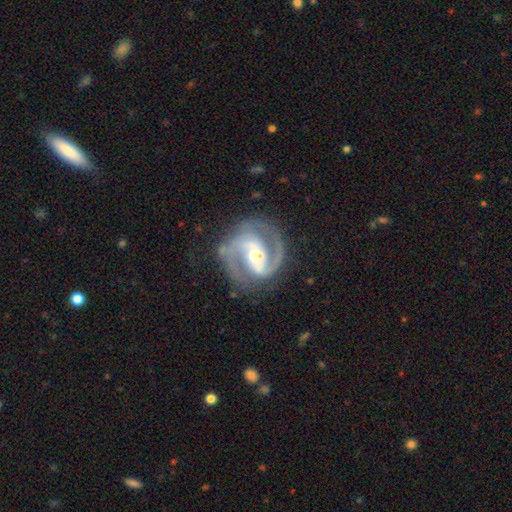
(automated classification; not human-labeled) A featured or disk galaxy (91%) with a weak bar (42%), 2 (88%) medium (55%) spiral arms (98%) and a moderate central bulge (67%).

Vote fractions:
- Smooth or featured? featured or disk: 91% / star or artifact: 4% / smooth: 4%
- Edge-on disk? no: 98% / yes: 2%
- Bar? weak: 42% / strong: 36% / no: 23%
- Spiral arms? yes: 98% / no: 2%
- Spiral winding? medium: 55% / tight: 35% / loose: 10%
- Spiral arm count? 2: 88% / 3: 5% / can't tell: 3% / 1: 2% / 4: 1% / more than 4: 1%
- Bulge size? moderate: 67% / small: 24% / large: 7% / none: 1% / dominant: 1%
- Merging? none: 76% / minor disturbance: 15% / major disturbance: 7% / merger: 3%